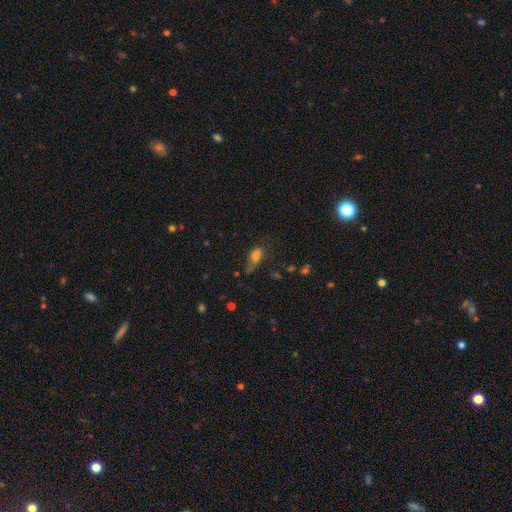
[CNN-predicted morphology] Overall: smooth (71%). How rounded: in between (81%). Merging: none (40%; minor disturbance 30%).